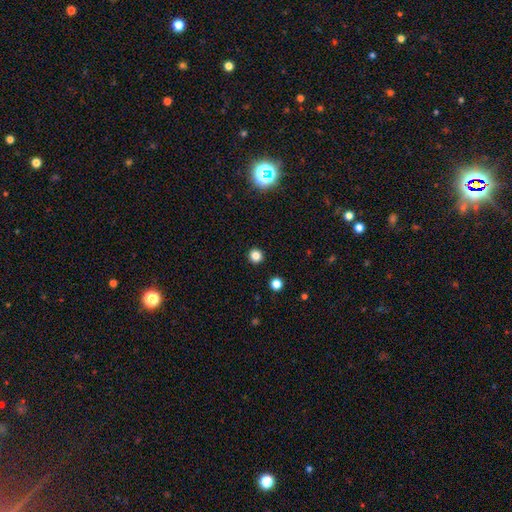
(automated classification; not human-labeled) Overall: smooth (84%). How rounded: round (94%). Merging: none (93%).